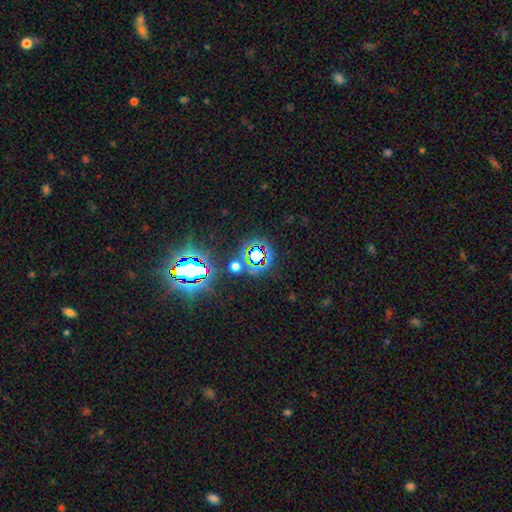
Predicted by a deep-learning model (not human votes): A star or artifact, not a galaxy (65%).